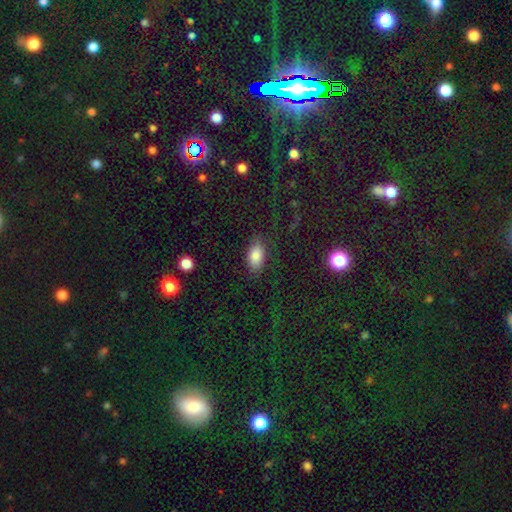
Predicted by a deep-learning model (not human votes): Smooth or featured? Predicted: smooth (p=0.80). How rounded? Predicted: in between (p=0.90). Merging? Predicted: none (p=0.78).